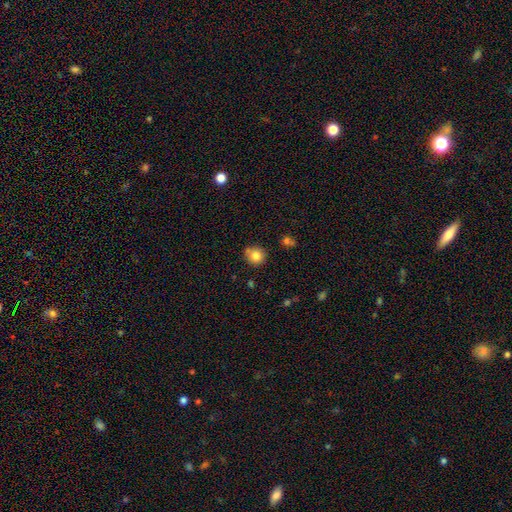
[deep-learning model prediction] smooth 82%, star or artifact 11%, featured or disk 8%. Down the decision tree: how rounded — round (89%); merging — none (73%).